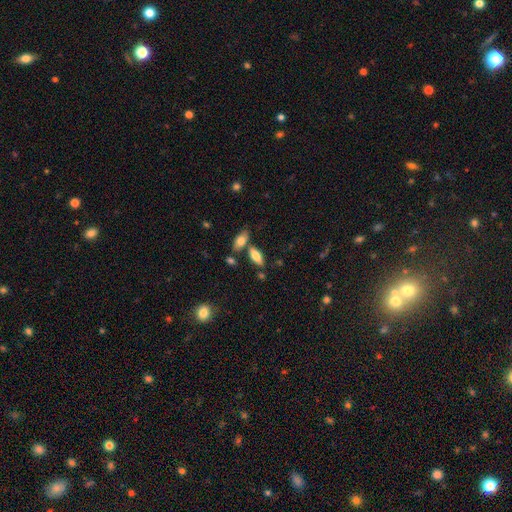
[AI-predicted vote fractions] Smooth or featured?
  - smooth: 72% *
  - featured or disk: 20%
  - star or artifact: 7%
How rounded?
  - in between: 77% *
  - cigar-shaped: 20%
  - round: 3%
Merging?
  - none: 67% *
  - merger: 17%
  - minor disturbance: 12%
  - major disturbance: 4%